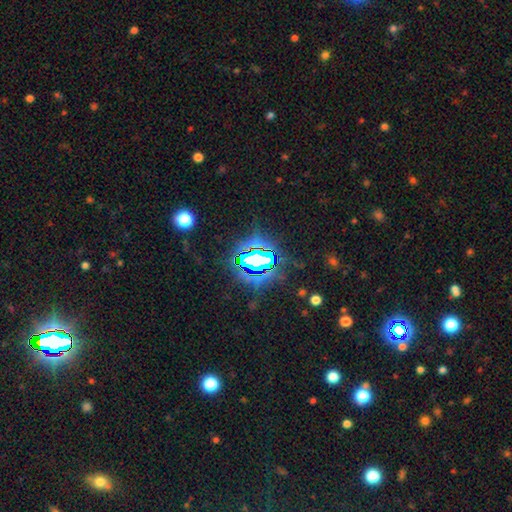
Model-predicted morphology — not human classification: star or artifact 78%, smooth 12%, featured or disk 11%.